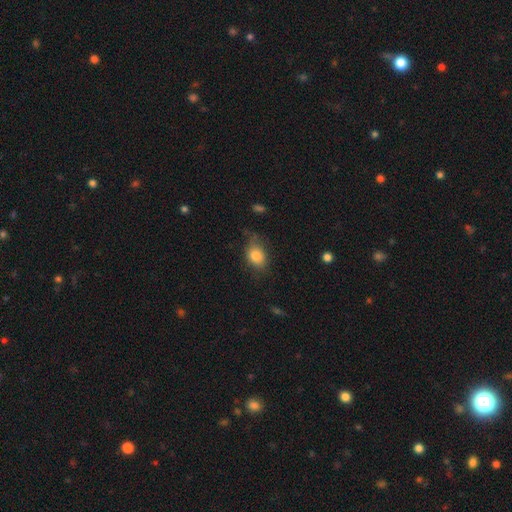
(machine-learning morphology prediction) type=smooth (82%); roundness=in between (69%); merging=none (58%).